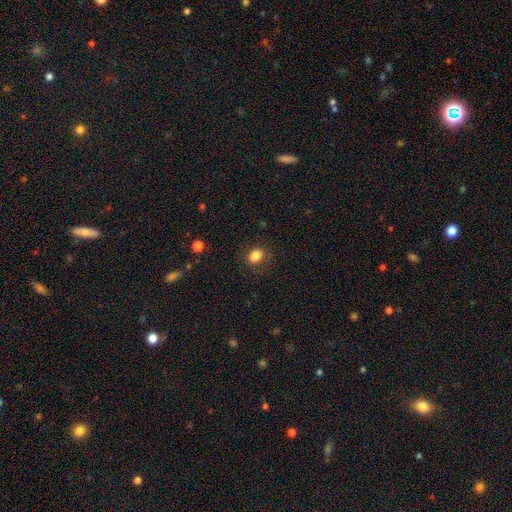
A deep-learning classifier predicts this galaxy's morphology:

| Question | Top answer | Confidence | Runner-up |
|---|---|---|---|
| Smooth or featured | smooth | 84% | star or artifact (10%) |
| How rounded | in between | 63% | round (36%) |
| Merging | none | 84% | minor disturbance (12%) |